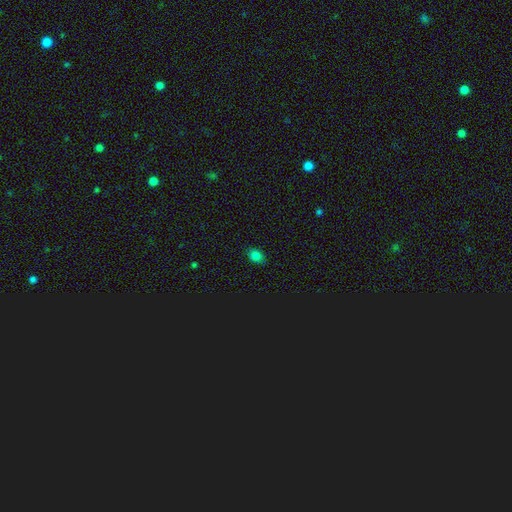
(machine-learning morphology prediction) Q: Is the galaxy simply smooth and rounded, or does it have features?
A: smooth — 78%.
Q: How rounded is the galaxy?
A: in between — 69%.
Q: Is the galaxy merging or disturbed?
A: none — 84%.